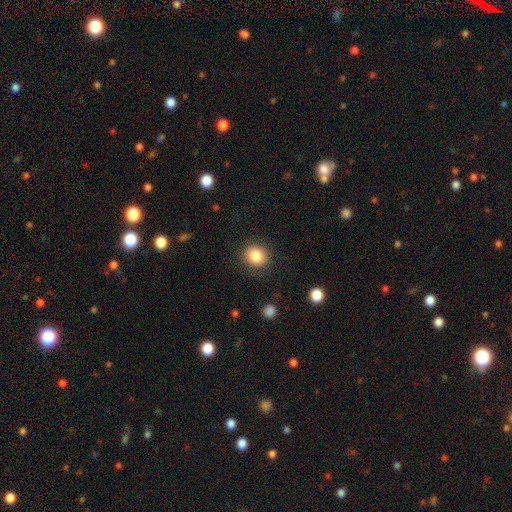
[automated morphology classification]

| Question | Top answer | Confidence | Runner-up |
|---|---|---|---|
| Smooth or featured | smooth | 84% | star or artifact (9%) |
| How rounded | round | 85% | in between (14%) |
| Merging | none | 85% | minor disturbance (10%) |